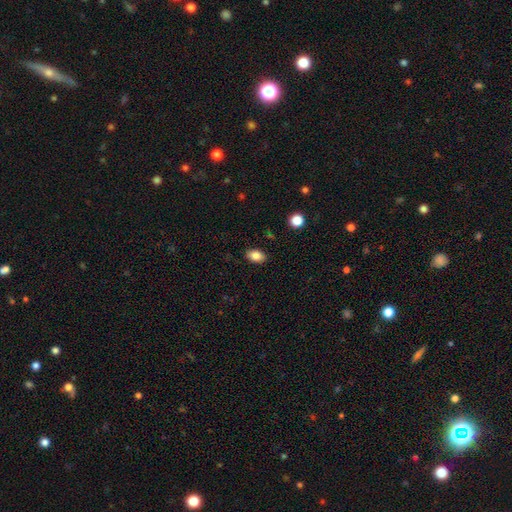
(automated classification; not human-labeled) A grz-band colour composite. It shows a smooth galaxy with no disk features (85%) that is in between round and cigar-shaped (89%). Merging: none (88%).